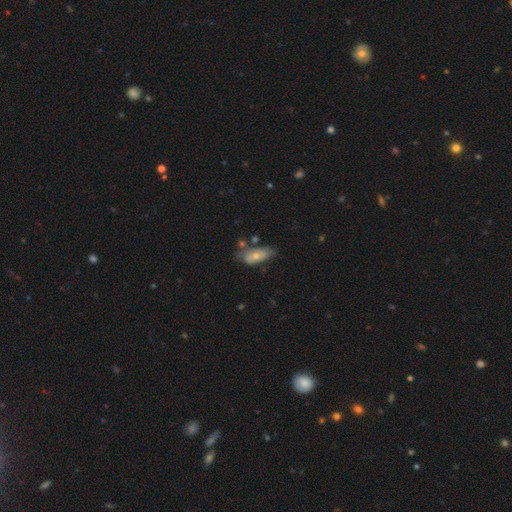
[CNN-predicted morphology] A smooth galaxy with no disk features (62%) that is in between round and cigar-shaped (85%). Merging: none (45%).